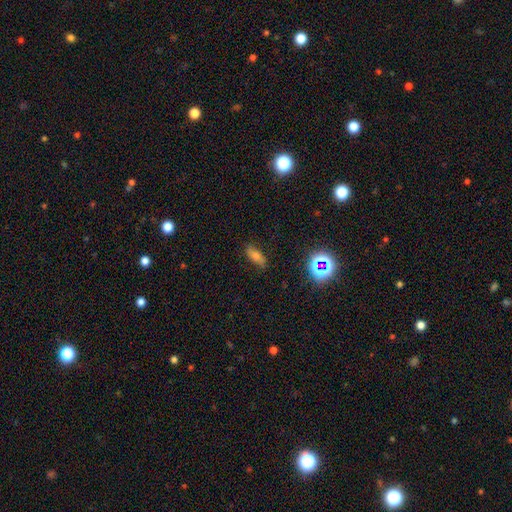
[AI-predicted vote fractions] The model was most divided on "smooth or featured": smooth: 60%, featured or disk: 22%, star or artifact: 17%. More confident: merging — none (81%); how rounded — in between (69%).